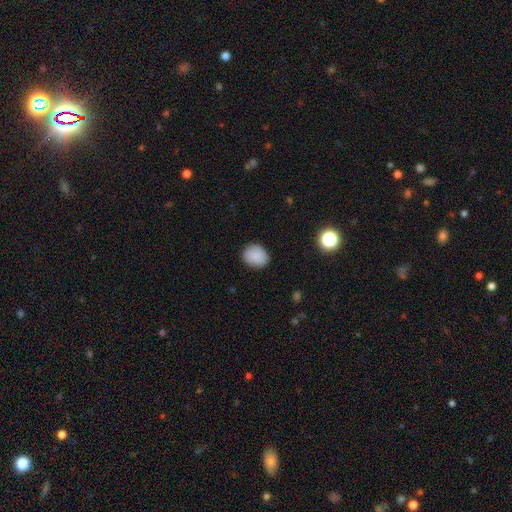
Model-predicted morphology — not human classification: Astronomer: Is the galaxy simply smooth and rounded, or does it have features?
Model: smooth — 88%.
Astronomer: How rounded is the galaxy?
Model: round — 56% (runner-up: in between, 43%).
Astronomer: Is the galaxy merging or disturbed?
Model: none — 86%.